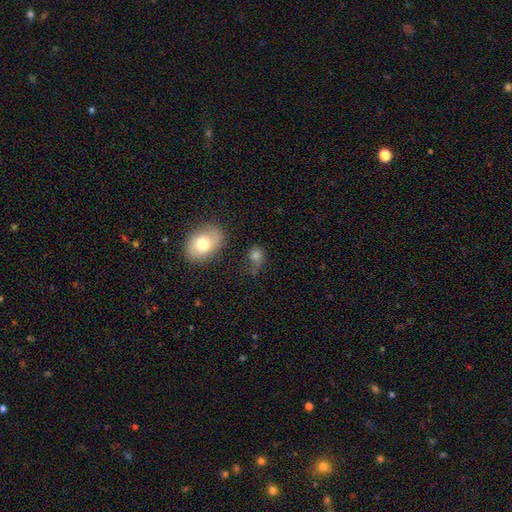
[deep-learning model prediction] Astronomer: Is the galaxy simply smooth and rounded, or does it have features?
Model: smooth — 72%.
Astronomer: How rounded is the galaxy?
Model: in between — 54% (runner-up: round, 44%).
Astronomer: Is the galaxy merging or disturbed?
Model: none — 48% (runner-up: minor disturbance, 24%).